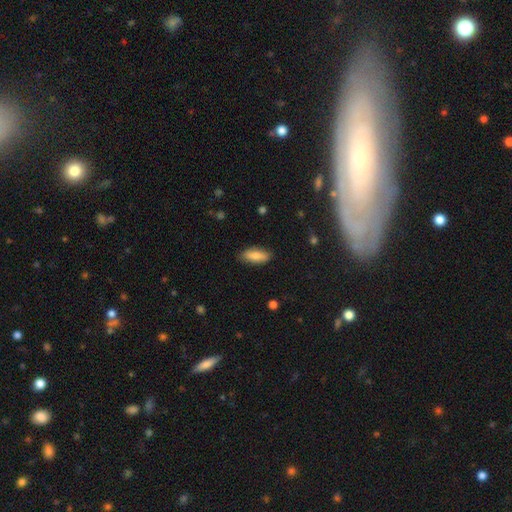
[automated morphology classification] This is clearly a smooth galaxy (82%). How rounded: likely in between (72%). Merging: clearly none (84%).